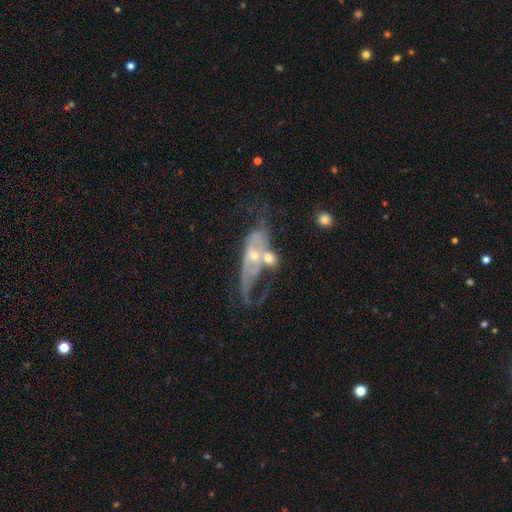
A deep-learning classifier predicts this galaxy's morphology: Smooth or featured? featured or disk (74%)
Edge-on disk? no (87%)
Bar? no (67%)
Spiral arms? yes (70%)
Bulge size? small (57%)
Merging? merger (38%)